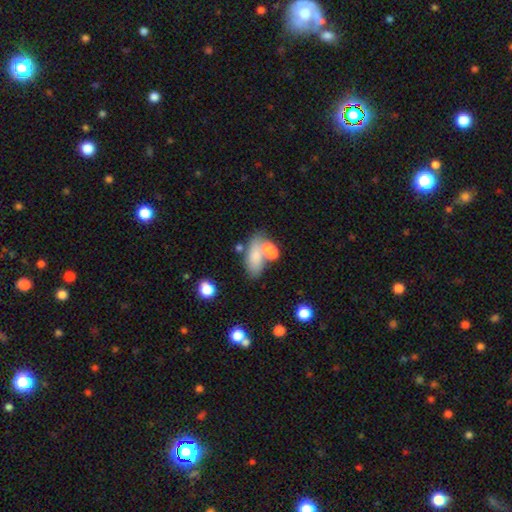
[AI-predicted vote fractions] This is likely a smooth galaxy (69%). How rounded: clearly in between (82%). Merging: marginally merger (41%).